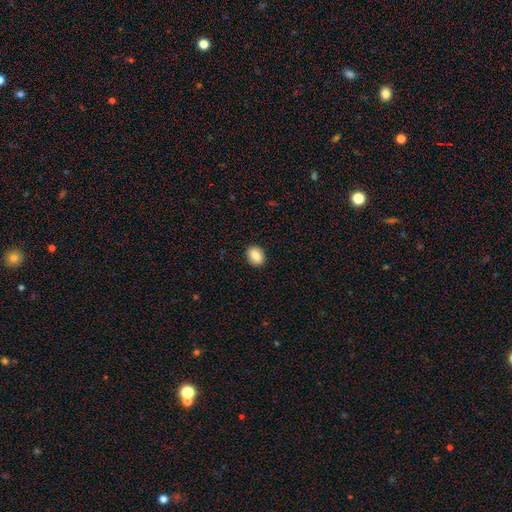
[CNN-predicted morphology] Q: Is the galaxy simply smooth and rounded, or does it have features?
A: smooth — 85%.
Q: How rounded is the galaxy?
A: in between — 61%.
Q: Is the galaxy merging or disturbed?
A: none — 90%.